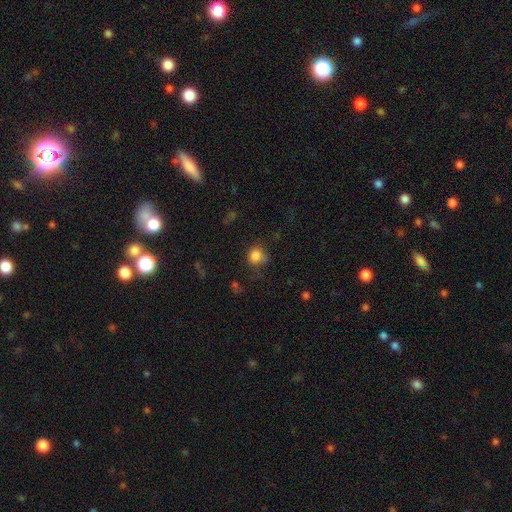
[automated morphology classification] Smooth or featured?
  - smooth: 83% *
  - star or artifact: 11%
  - featured or disk: 6%
How rounded?
  - round: 81% *
  - in between: 18%
  - cigar-shaped: 1%
Merging?
  - none: 63% *
  - minor disturbance: 23%
  - major disturbance: 10%
  - merger: 4%